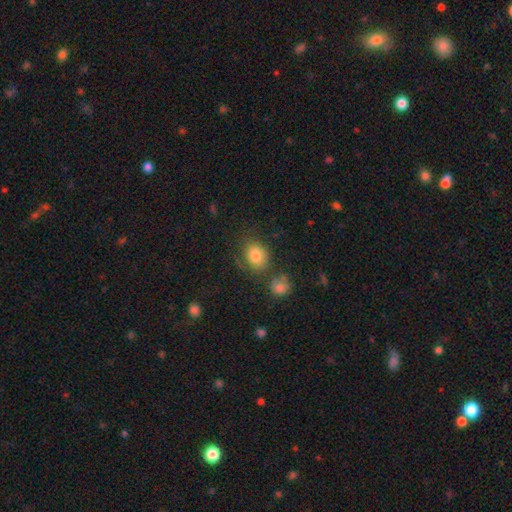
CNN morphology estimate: Smooth or featured?
  - smooth: 81% *
  - star or artifact: 10%
  - featured or disk: 9%
How rounded?
  - round: 52% *
  - in between: 47%
  - cigar-shaped: 1%
Merging?
  - none: 62% *
  - minor disturbance: 18%
  - merger: 12%
  - major disturbance: 8%